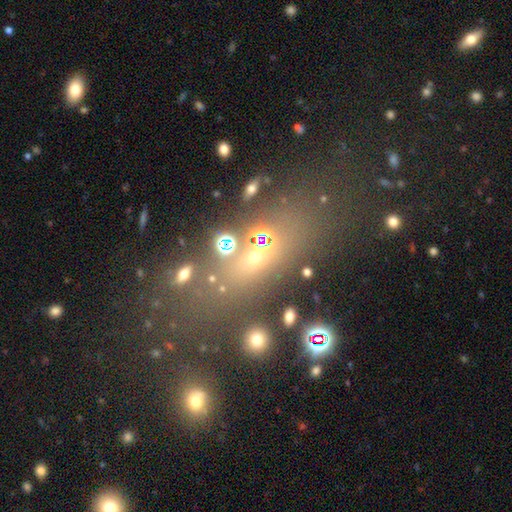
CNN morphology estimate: Smooth or featured: smooth — 42% (star or artifact — 36%)
Merging: none — 48% (merger — 24%)